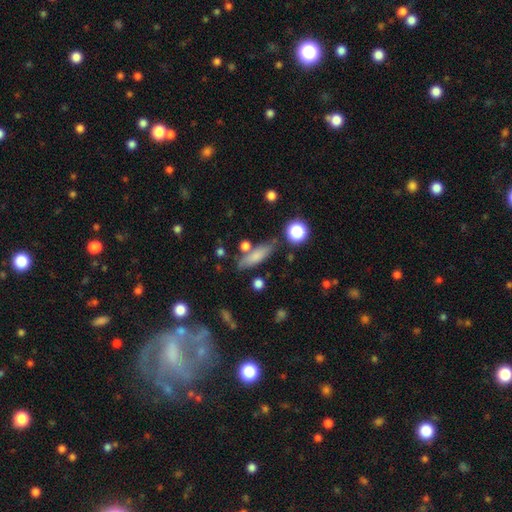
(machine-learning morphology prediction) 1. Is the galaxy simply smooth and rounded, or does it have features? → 75% smooth, 16% featured or disk, 9% star or artifact.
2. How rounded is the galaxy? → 53% cigar-shaped, 42% in between, 5% round.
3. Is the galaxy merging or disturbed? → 72% none, 14% minor disturbance, 9% merger, 5% major disturbance.